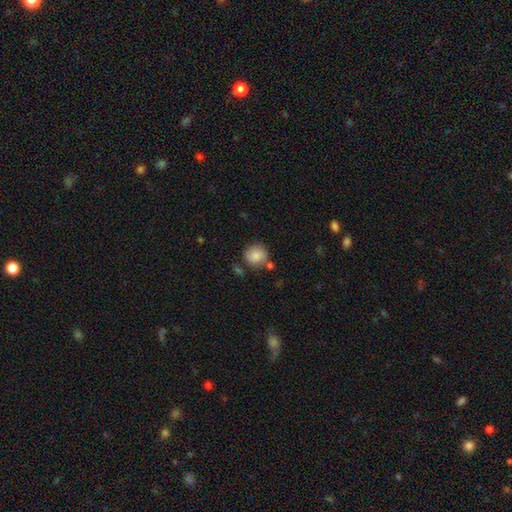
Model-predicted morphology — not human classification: Smooth or featured? Predicted: smooth (p=0.83). How rounded? Predicted: round (p=0.87). Merging? Predicted: none (p=0.69).